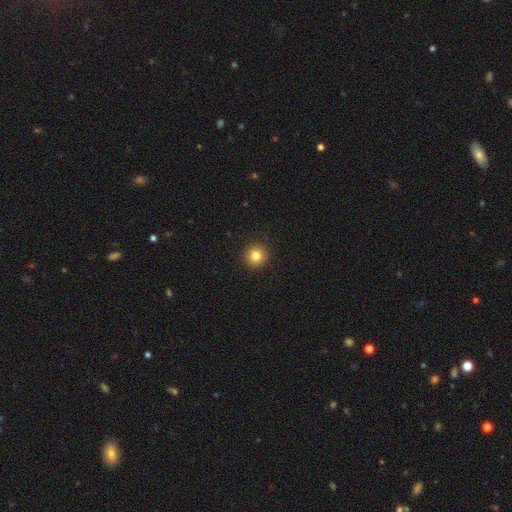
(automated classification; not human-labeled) smooth_or_featured: smooth (p=0.82) [alt: star or artifact p=0.11]
how_rounded: round (p=0.93) [alt: in between p=0.06]
merging: none (p=0.93) [alt: minor disturbance p=0.05]